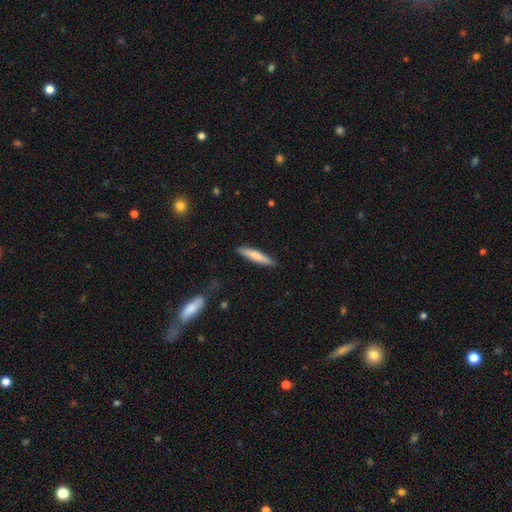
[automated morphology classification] The model was most divided on "smooth or featured": smooth: 72%, featured or disk: 22%, star or artifact: 5%. More confident: how rounded — cigar-shaped (90%); merging — none (88%).